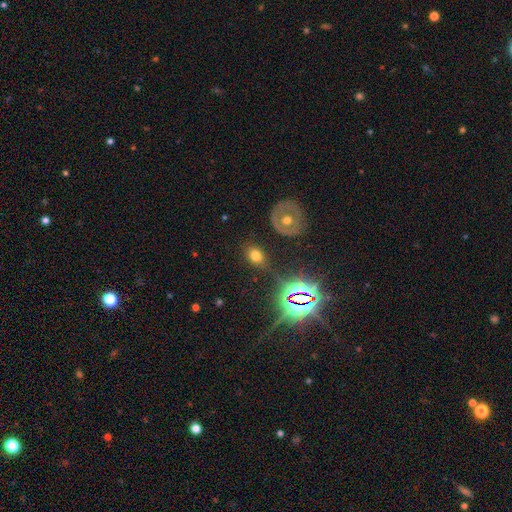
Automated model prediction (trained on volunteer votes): This appears to be a smooth galaxy with no disk features (62%) that is in between round and cigar-shaped (68%). Merging: none (71%).